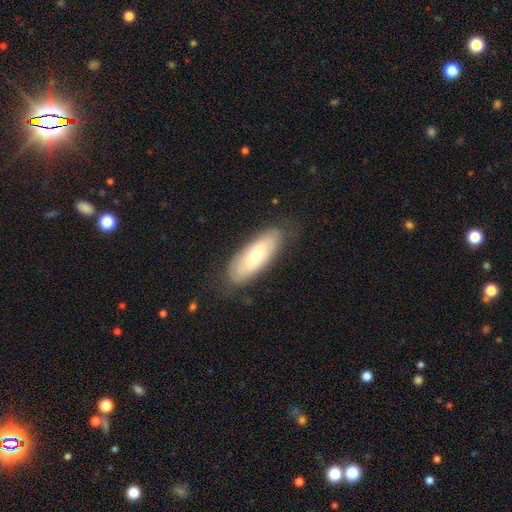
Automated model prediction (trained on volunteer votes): A smooth galaxy with no disk features (64%) that is in between round and cigar-shaped (73%).

Vote fractions:
- Smooth or featured? smooth: 64% / featured or disk: 29% / star or artifact: 6%
- How rounded? in between: 73% / cigar-shaped: 25% / round: 2%
- Merging? none: 80% / minor disturbance: 15% / major disturbance: 4% / merger: 1%